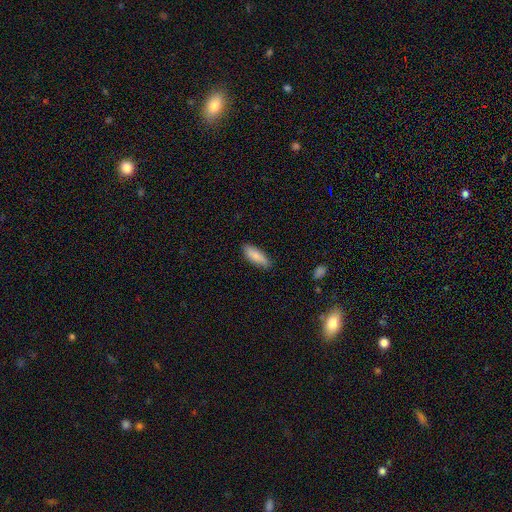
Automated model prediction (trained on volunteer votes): This is clearly a smooth galaxy (84%). How rounded: possibly in between (59%). Merging: clearly none (85%).